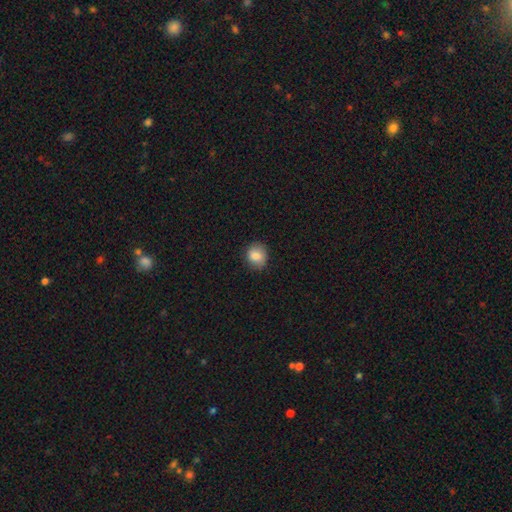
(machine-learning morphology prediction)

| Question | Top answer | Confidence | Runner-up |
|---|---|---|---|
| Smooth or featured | smooth | 84% | star or artifact (9%) |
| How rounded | round | 73% | in between (26%) |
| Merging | none | 83% | minor disturbance (13%) |